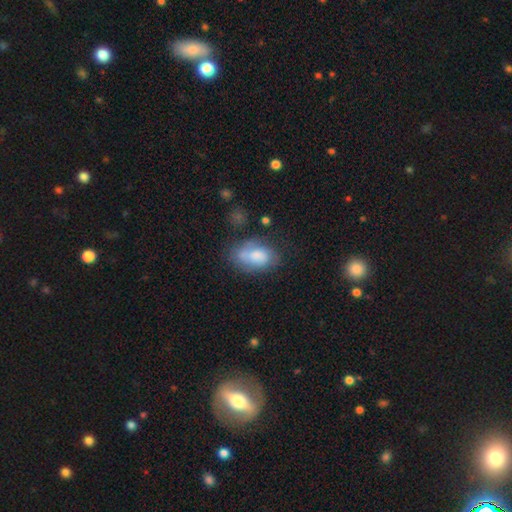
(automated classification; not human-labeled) Q: Smooth or featured?
A: smooth (67%); runner-up: featured or disk (25%)
Q: How rounded?
A: in between (89%); runner-up: round (8%)
Q: Merging?
A: none (45%); runner-up: minor disturbance (26%)